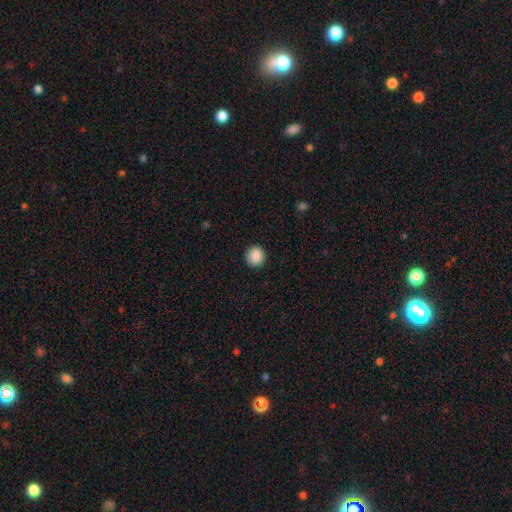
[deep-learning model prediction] Smooth or featured? Predicted: smooth (p=0.89). How rounded? Predicted: round (p=0.91). Merging? Predicted: none (p=0.91).